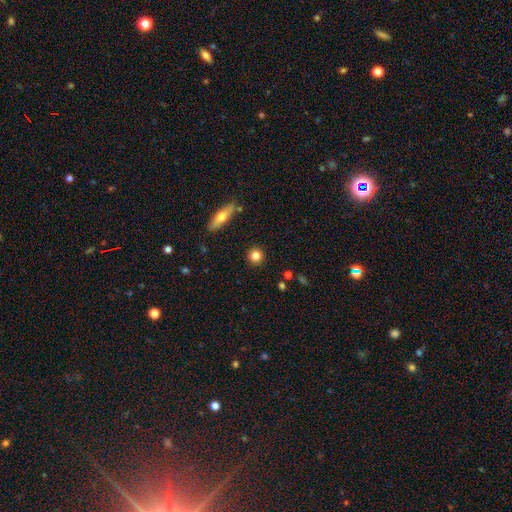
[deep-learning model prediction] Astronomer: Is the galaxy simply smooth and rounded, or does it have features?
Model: smooth — 82%.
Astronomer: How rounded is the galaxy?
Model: round — 92%.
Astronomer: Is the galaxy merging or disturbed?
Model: none — 91%.